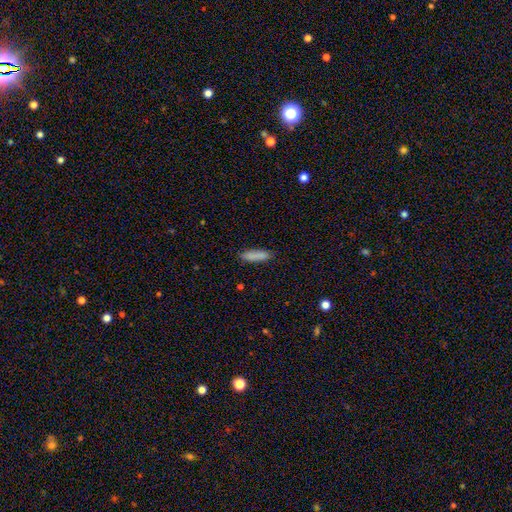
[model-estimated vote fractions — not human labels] smooth_or_featured: smooth (p=0.87) [alt: star or artifact p=0.07]
how_rounded: cigar-shaped (p=0.65) [alt: in between p=0.34]
merging: none (p=0.85) [alt: minor disturbance p=0.11]